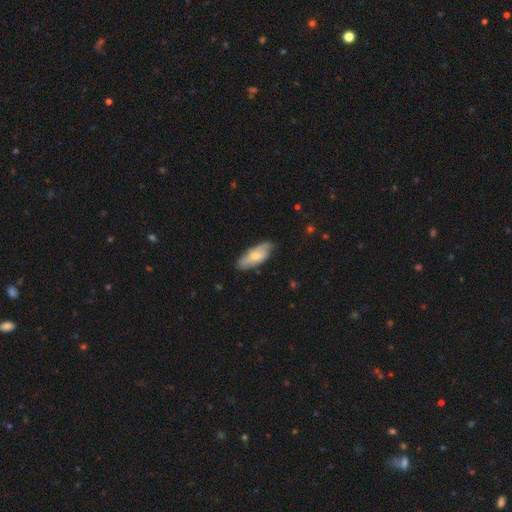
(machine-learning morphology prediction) The model was most divided on "smooth or featured": smooth: 59%, featured or disk: 35%, star or artifact: 6%. More confident: how rounded — in between (80%); merging — none (70%).